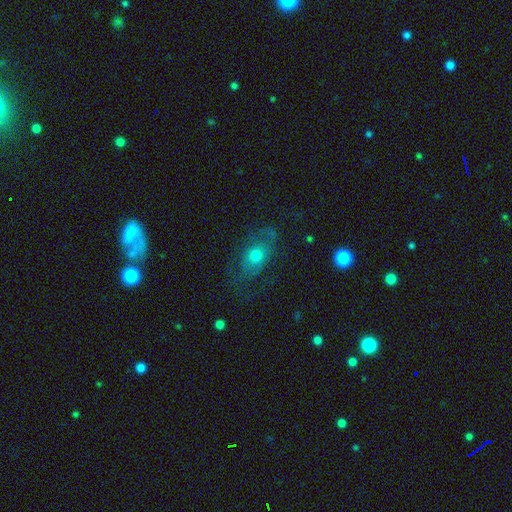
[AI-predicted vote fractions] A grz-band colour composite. It shows a smooth galaxy with no disk features (49%). Merging: none (58%).